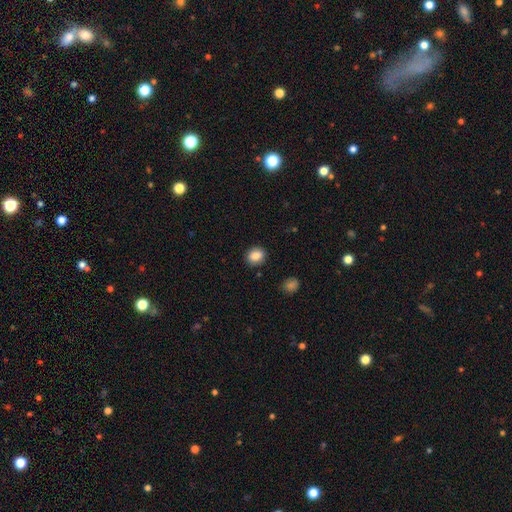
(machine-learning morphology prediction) This is clearly a smooth galaxy (86%). How rounded: possibly round (57%). Merging: clearly none (88%).